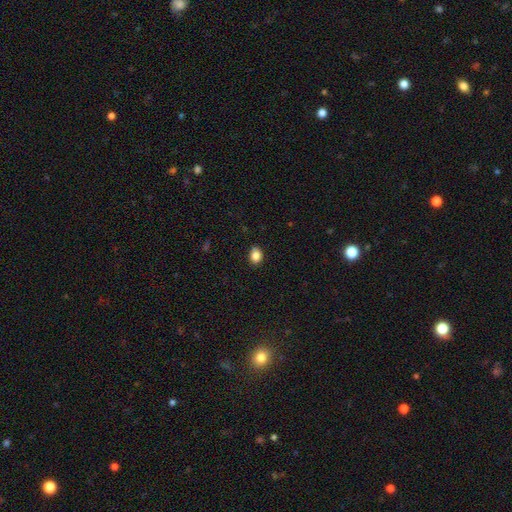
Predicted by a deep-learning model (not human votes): A smooth galaxy with no disk features (85%) that is in between round and cigar-shaped (64%). Merging: none (87%).